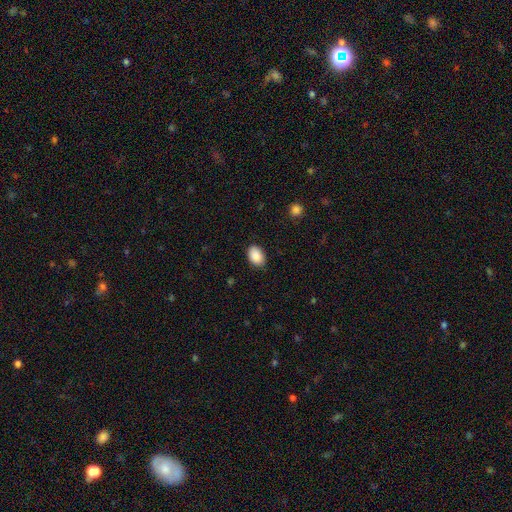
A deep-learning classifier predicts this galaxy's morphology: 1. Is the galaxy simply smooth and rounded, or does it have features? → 90% smooth, 7% star or artifact, 3% featured or disk.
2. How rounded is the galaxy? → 85% in between, 14% round, 1% cigar-shaped.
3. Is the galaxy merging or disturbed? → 86% none, 11% minor disturbance, 2% major disturbance, 1% merger.